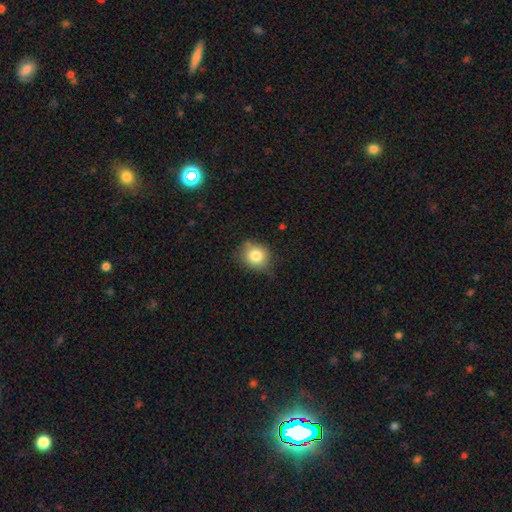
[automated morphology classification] smooth 81%, star or artifact 10%, featured or disk 9%. Down the decision tree: how rounded — round (75%); merging — none (74%).